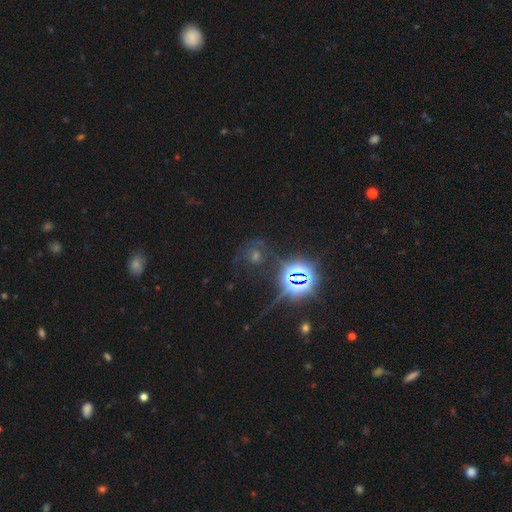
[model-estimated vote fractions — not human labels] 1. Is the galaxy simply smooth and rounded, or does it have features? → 65% star or artifact, 18% smooth, 17% featured or disk.